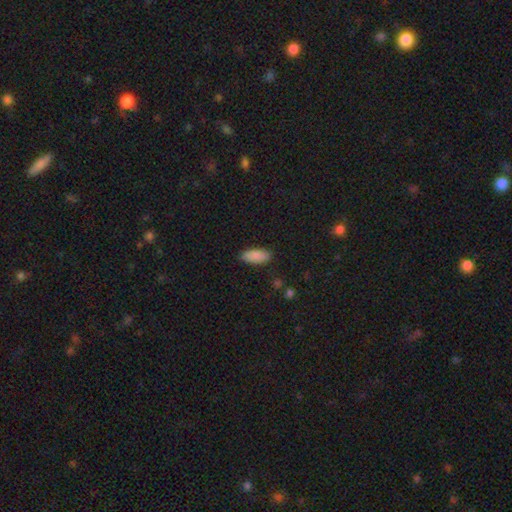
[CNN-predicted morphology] Smooth or featured?
  - smooth: 89% *
  - star or artifact: 7%
  - featured or disk: 5%
How rounded?
  - in between: 83% *
  - cigar-shaped: 15%
  - round: 2%
Merging?
  - none: 86% *
  - minor disturbance: 10%
  - major disturbance: 2%
  - merger: 1%